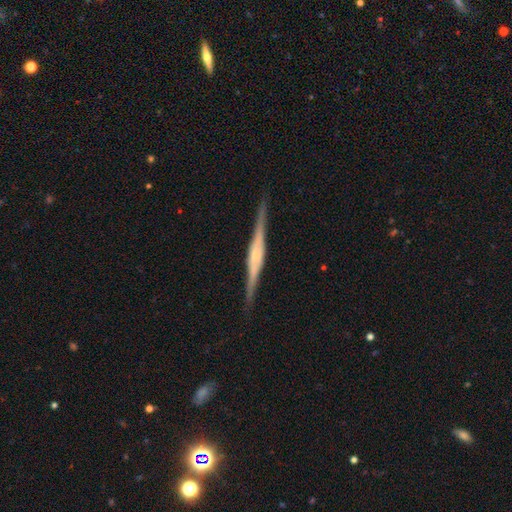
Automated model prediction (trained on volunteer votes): Smooth or featured? Predicted: featured or disk (p=0.82). Edge-on disk? Predicted: yes (p=0.98). Edge-on bulge? Predicted: rounded (p=0.50). Merging? Predicted: none (p=0.89).